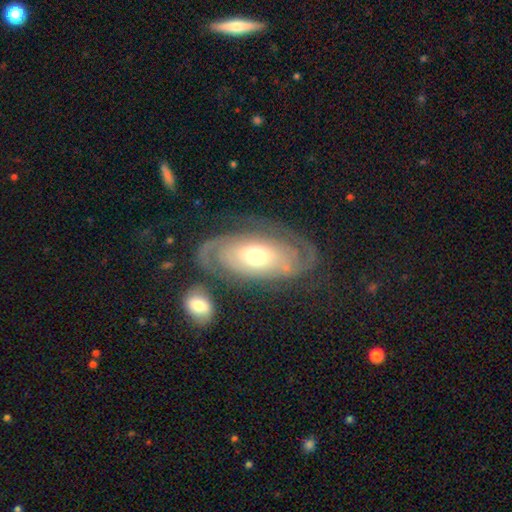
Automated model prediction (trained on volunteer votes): This is likely a featured or disk galaxy (78%). It is clearly not viewed edge-on (93%). Bar: likely no (76%). Spiral arm pattern: clearly yes (87%). Spiral arm count: possibly 2 (53%). Spiral winding: possibly tight (59%). Central bulge: likely moderate (67%). Merging: possibly none (59%).